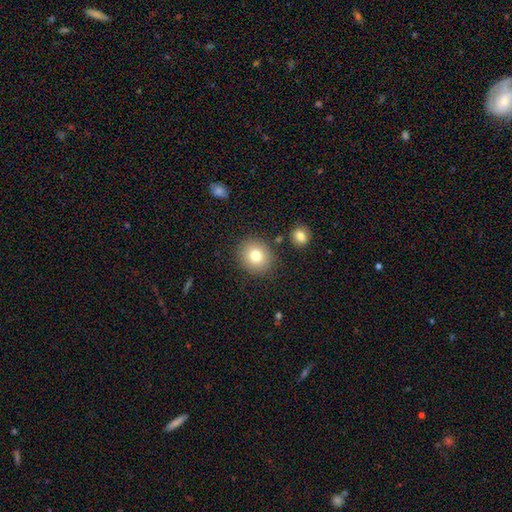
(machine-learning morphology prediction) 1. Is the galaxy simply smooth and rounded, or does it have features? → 78% smooth, 11% star or artifact, 10% featured or disk.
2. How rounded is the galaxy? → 80% round, 19% in between, 1% cigar-shaped.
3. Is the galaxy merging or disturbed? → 86% none, 8% minor disturbance, 3% merger, 3% major disturbance.